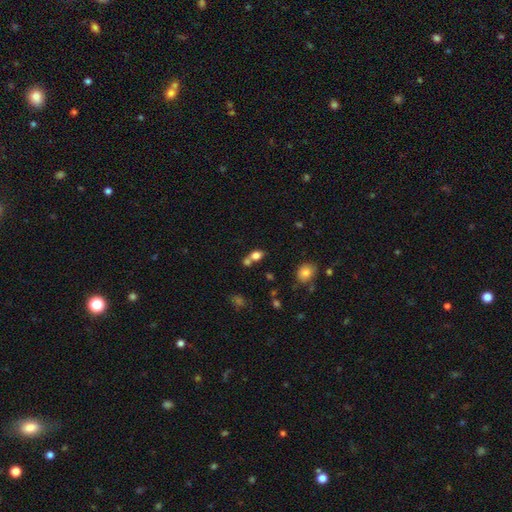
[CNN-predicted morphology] type=smooth (78%); roundness=in between (67%); merging=merger (45%).